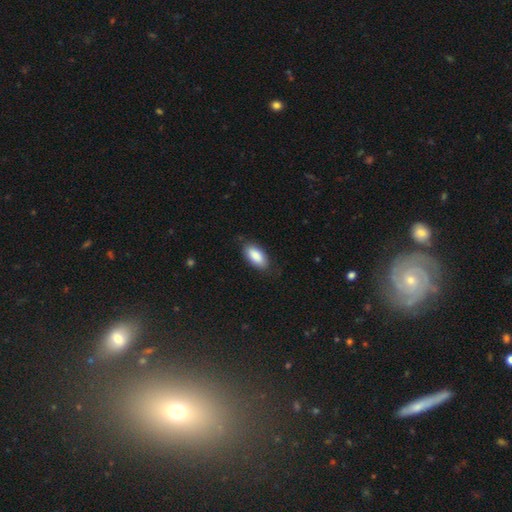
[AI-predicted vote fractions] Smooth or featured? Predicted: smooth (p=0.88). How rounded? Predicted: in between (p=0.92). Merging? Predicted: none (p=0.80).